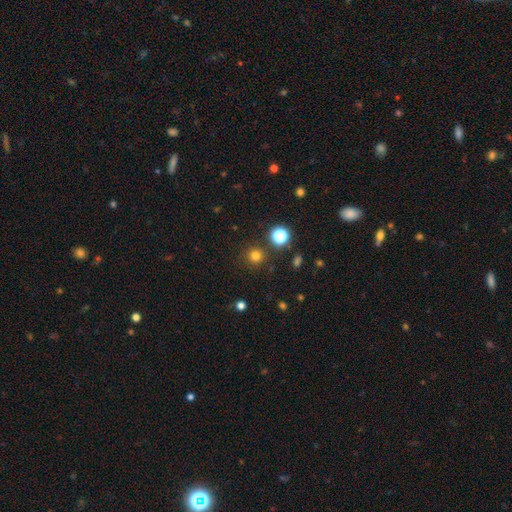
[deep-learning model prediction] smooth-or-featured: smooth: 77% | star or artifact: 18% | featured or disk: 5%
  how-rounded: round: 95% | in between: 4% | cigar-shaped: 1%
  merging: none: 89% | minor disturbance: 6% | merger: 3% | major disturbance: 2%